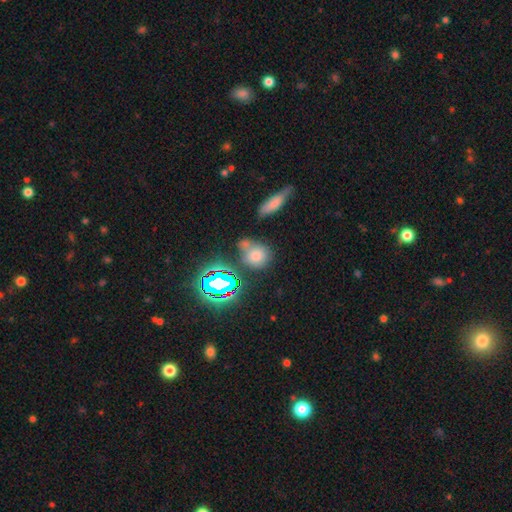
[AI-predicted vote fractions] Smooth or featured? Predicted: smooth (p=0.66). How rounded? Predicted: round (p=0.61). Merging? Predicted: none (p=0.52).